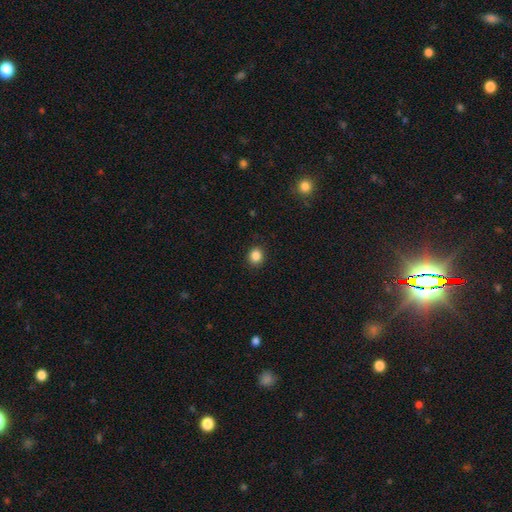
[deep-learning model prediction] Q: Smooth or featured?
A: smooth (86%); runner-up: star or artifact (10%)
Q: How rounded?
A: round (78%); runner-up: in between (21%)
Q: Merging?
A: none (90%); runner-up: minor disturbance (7%)